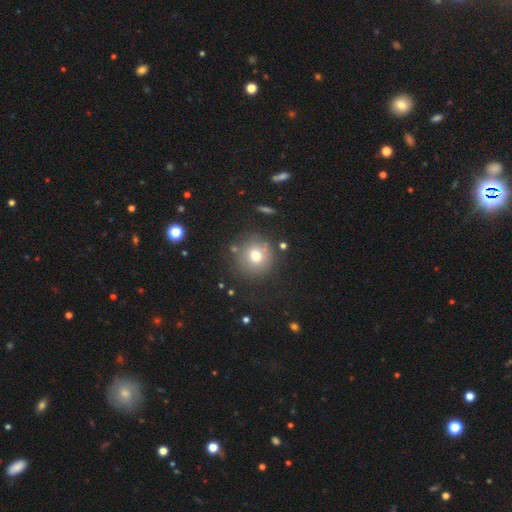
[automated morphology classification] type=smooth (71%); roundness=round (93%); merging=none (80%).